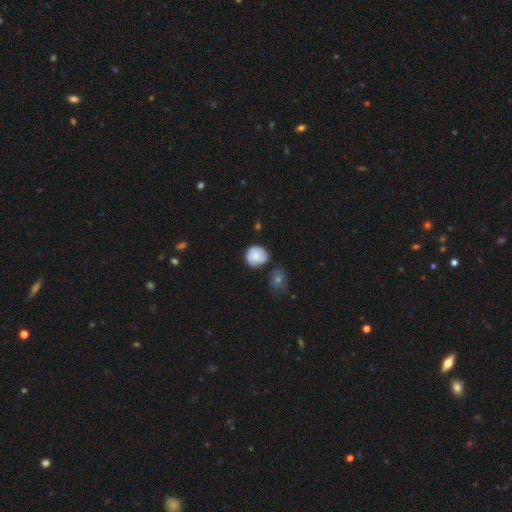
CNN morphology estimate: The model was most divided on "merging": none: 57%, minor disturbance: 28%, major disturbance: 8%, merger: 7%. More confident: how rounded — round (82%); smooth or featured — smooth (66%).